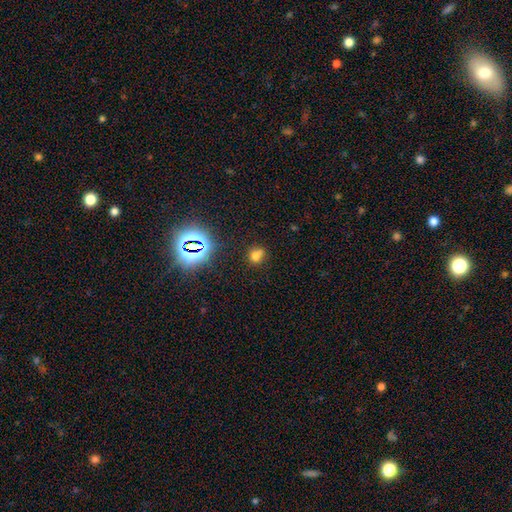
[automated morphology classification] Smooth or featured: smooth — 67% (star or artifact — 24%)
How rounded: round — 73% (in between — 26%)
Merging: none — 61% (minor disturbance — 17%)